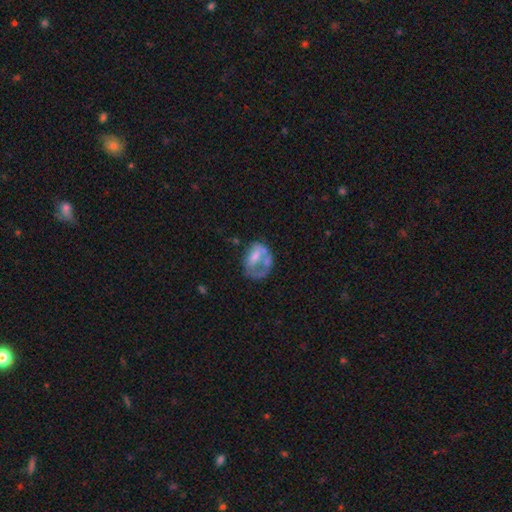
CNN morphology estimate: type=featured or disk (49%); merging=major disturbance (36%).